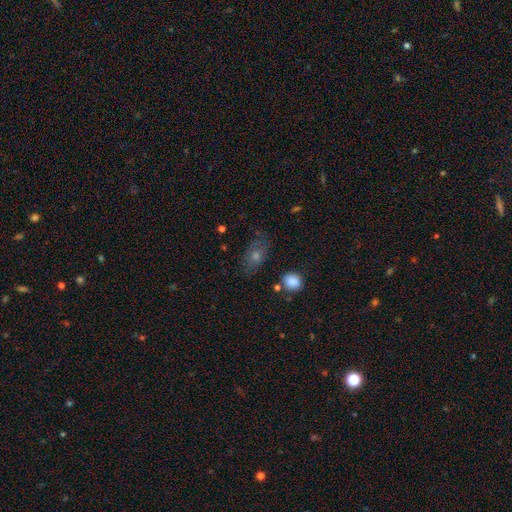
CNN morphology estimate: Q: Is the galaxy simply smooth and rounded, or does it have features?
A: smooth — 49%.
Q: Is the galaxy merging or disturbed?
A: none — 71%.